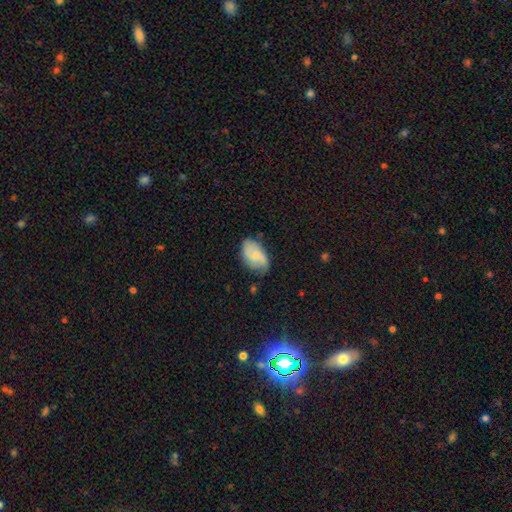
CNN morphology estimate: featured or disk 56%, smooth 36%, star or artifact 7%. Down the decision tree: edge-on disk — no (97%); bar — no (56%); spiral arms — yes (90%); bulge size — small (54%); merging — none (66%).